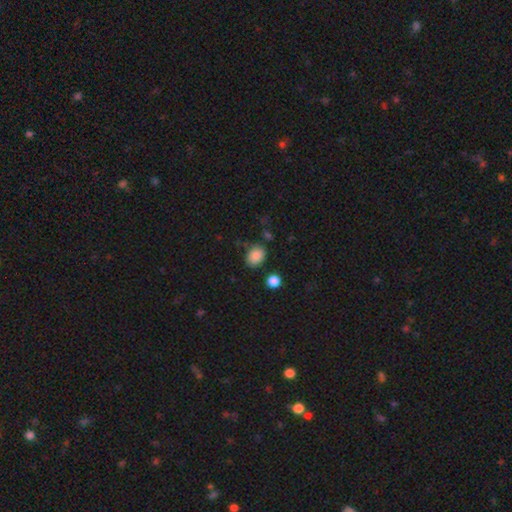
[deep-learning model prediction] Overall: smooth (87%). How rounded: in between (64%; round 35%). Merging: none (77%).